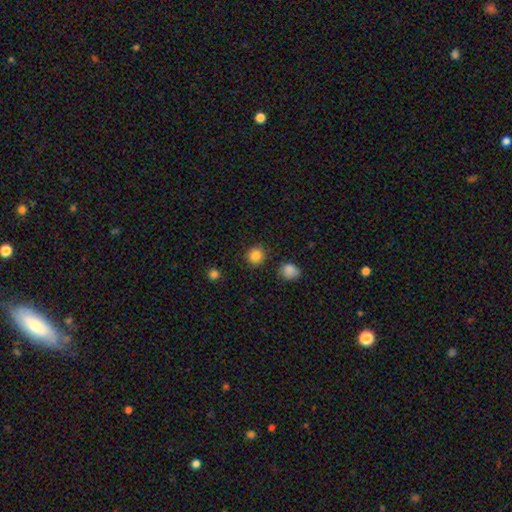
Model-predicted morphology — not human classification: smooth_or_featured: smooth (p=0.86) [alt: star or artifact p=0.10]
how_rounded: round (p=0.91) [alt: in between p=0.08]
merging: none (p=0.88) [alt: minor disturbance p=0.07]